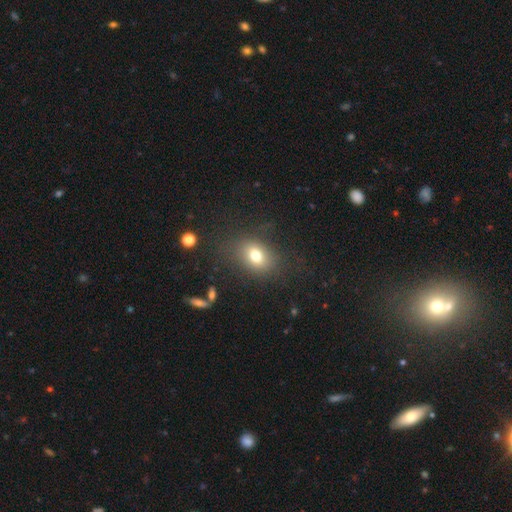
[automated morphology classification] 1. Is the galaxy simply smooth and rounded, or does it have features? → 74% smooth, 13% featured or disk, 13% star or artifact.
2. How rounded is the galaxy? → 69% in between, 30% round, 2% cigar-shaped.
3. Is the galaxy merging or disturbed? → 75% none, 15% minor disturbance, 9% major disturbance, 2% merger.